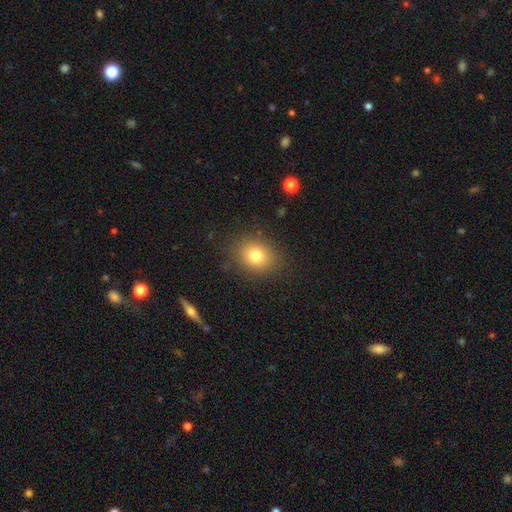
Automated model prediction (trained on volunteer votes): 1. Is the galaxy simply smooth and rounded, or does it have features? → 78% smooth, 12% star or artifact, 10% featured or disk.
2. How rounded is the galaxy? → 59% round, 40% in between, 1% cigar-shaped.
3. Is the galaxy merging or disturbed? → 85% none, 10% minor disturbance, 4% major disturbance, 1% merger.